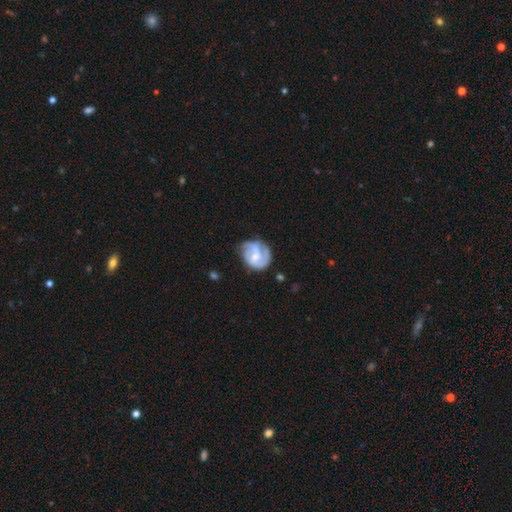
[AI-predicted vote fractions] Morphology: type=featured or disk (72%); edge-on=no (98%); bar=no (54%); spiral arms=yes (84%); winding=medium (43%); arm count=2 (48%); bulge=moderate (51%); merging=none (49%).